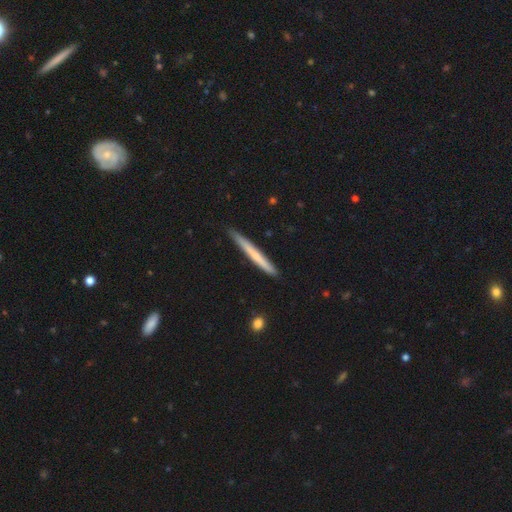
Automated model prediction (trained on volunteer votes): smooth-or-featured: smooth: 52% | featured or disk: 42% | star or artifact: 6%
  how-rounded: cigar-shaped: 97% | in between: 2% | round: 1%
  merging: none: 87% | minor disturbance: 10% | major disturbance: 1% | merger: 1%